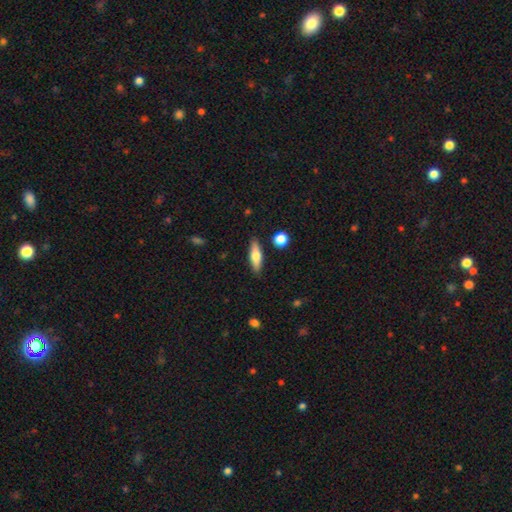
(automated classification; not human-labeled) Smooth or featured?
  - smooth: 62% *
  - featured or disk: 32%
  - star or artifact: 7%
How rounded?
  - cigar-shaped: 56% *
  - in between: 41%
  - round: 3%
Merging?
  - none: 86% *
  - minor disturbance: 9%
  - merger: 3%
  - major disturbance: 2%